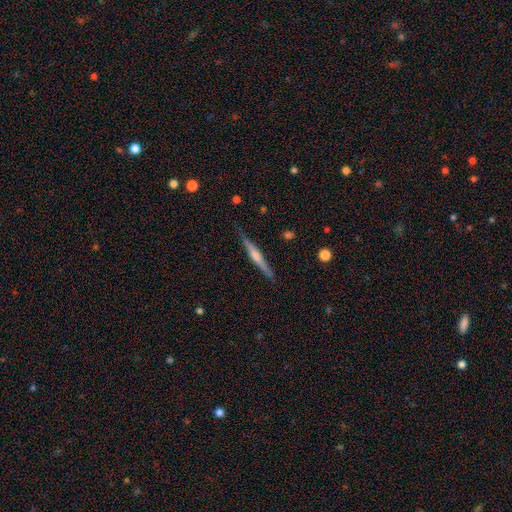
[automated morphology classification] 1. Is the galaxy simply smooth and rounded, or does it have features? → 67% featured or disk, 27% smooth, 6% star or artifact.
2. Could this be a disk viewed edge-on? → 98% yes, 2% no.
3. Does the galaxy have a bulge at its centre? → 71% rounded, 16% none, 13% boxy.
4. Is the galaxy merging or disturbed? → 86% none, 11% minor disturbance, 2% major disturbance, 1% merger.